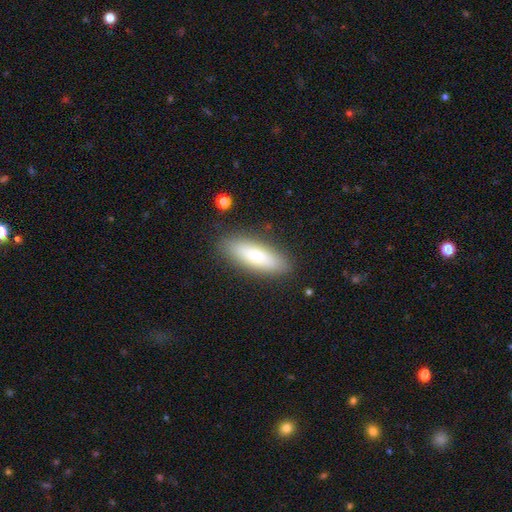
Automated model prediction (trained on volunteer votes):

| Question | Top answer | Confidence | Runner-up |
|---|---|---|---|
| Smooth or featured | smooth | 73% | featured or disk (20%) |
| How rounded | in between | 52% | cigar-shaped (46%) |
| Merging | none | 86% | minor disturbance (10%) |